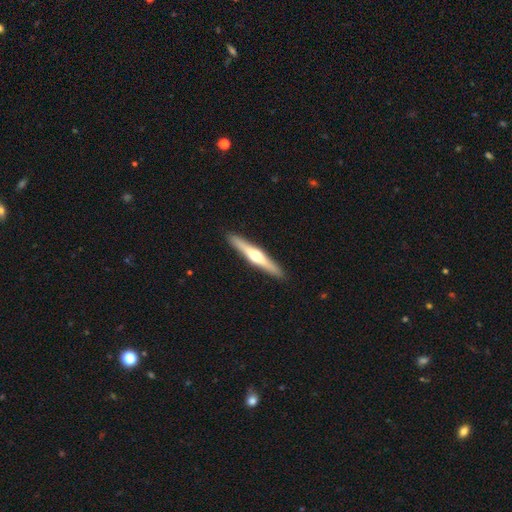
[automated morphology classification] Smooth or featured: featured or disk — 66% (smooth — 30%)
Edge-on disk: yes — 97% (no — 3%)
Edge-on bulge: rounded — 93% (none — 4%)
Merging: none — 92% (minor disturbance — 6%)